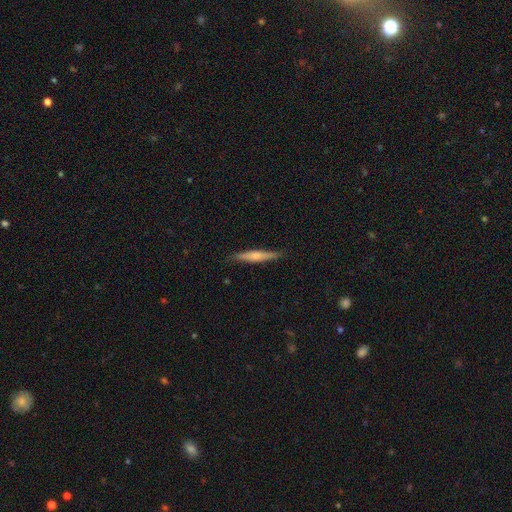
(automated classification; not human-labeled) Q: Smooth or featured?
A: smooth (52%); runner-up: featured or disk (42%)
Q: How rounded?
A: cigar-shaped (91%); runner-up: in between (7%)
Q: Merging?
A: none (86%); runner-up: minor disturbance (11%)